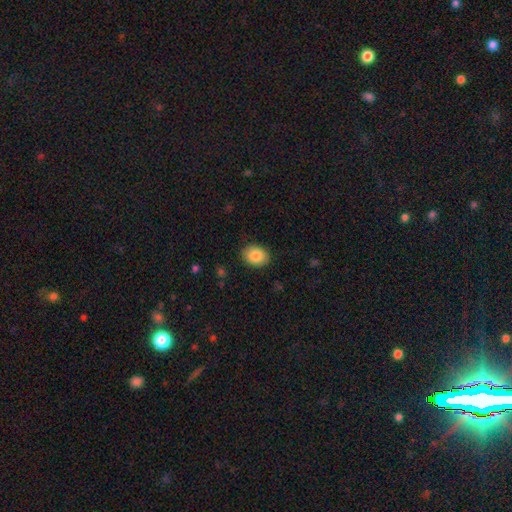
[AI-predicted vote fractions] A smooth galaxy with no disk features (86%) that is in between round and cigar-shaped (63%).

Vote fractions:
- Smooth or featured? smooth: 86% / star or artifact: 8% / featured or disk: 7%
- How rounded? in between: 63% / round: 36% / cigar-shaped: 1%
- Merging? none: 88% / minor disturbance: 9% / major disturbance: 2% / merger: 1%